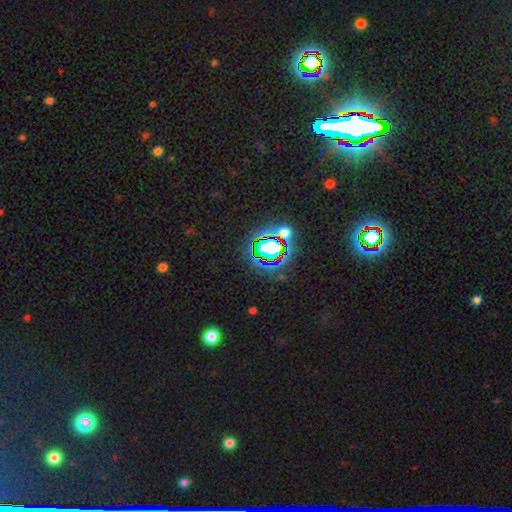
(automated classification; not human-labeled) Smooth or featured? star or artifact (82%)